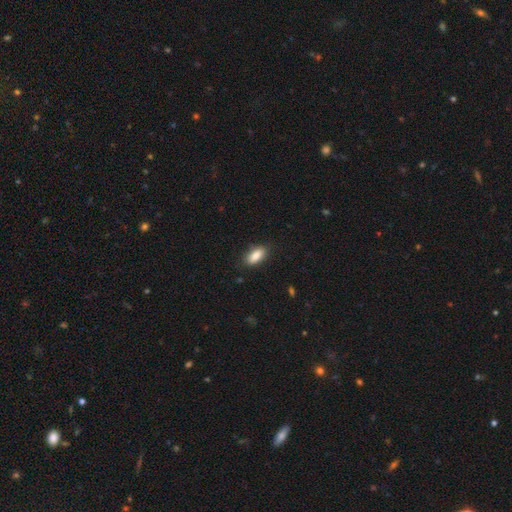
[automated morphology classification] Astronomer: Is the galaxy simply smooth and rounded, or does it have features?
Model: smooth — 87%.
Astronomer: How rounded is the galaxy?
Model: in between — 88%.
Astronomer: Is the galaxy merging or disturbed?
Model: none — 85%.